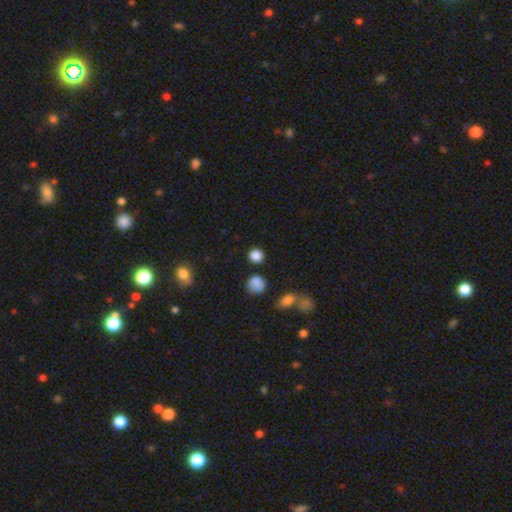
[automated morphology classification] smooth-or-featured: smooth: 83% | star or artifact: 13% | featured or disk: 4%
  how-rounded: round: 89% | in between: 10% | cigar-shaped: 1%
  merging: none: 84% | minor disturbance: 8% | merger: 5% | major disturbance: 3%